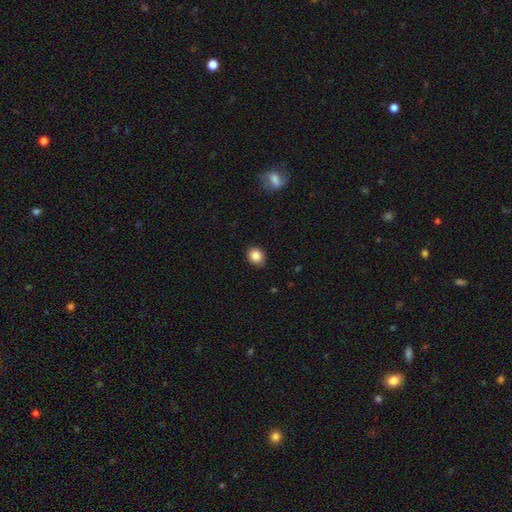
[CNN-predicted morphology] The model was most divided on "how rounded": round: 75%, in between: 25%, cigar-shaped: 1%. More confident: smooth or featured — smooth (86%); merging — none (86%).